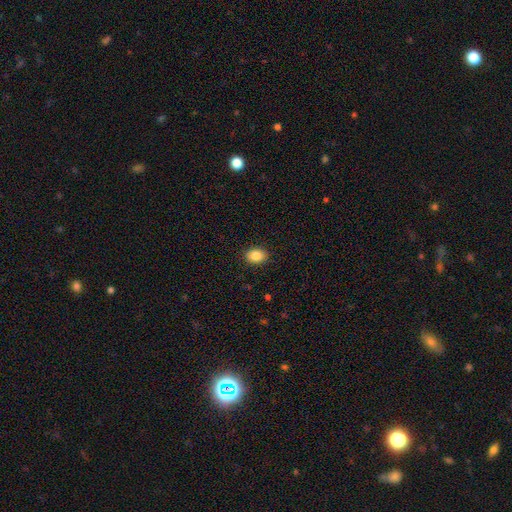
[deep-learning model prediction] This is clearly a smooth galaxy (86%). How rounded: likely in between (66%). Merging: clearly none (90%).